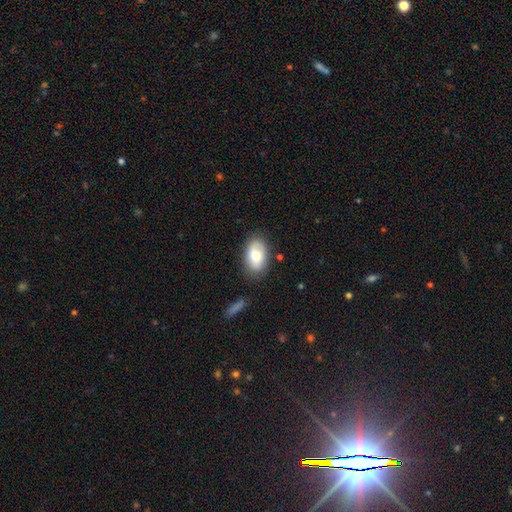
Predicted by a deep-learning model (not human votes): Morphology: type=smooth (77%); roundness=in between (92%); merging=none (75%).